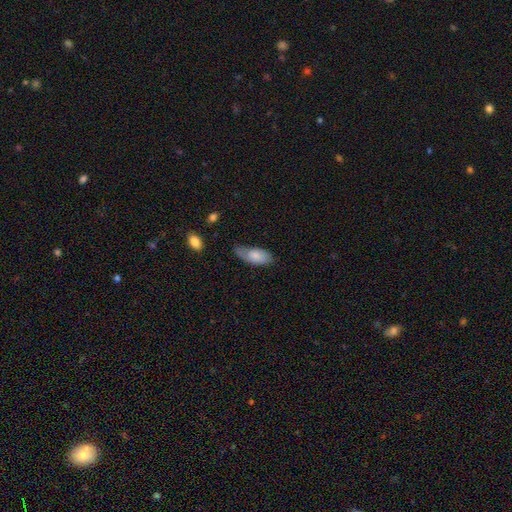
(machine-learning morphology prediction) smooth-or-featured: smooth: 72% | featured or disk: 22% | star or artifact: 6%
  how-rounded: in between: 89% | cigar-shaped: 9% | round: 3%
  merging: none: 48% | minor disturbance: 35% | major disturbance: 14% | merger: 3%